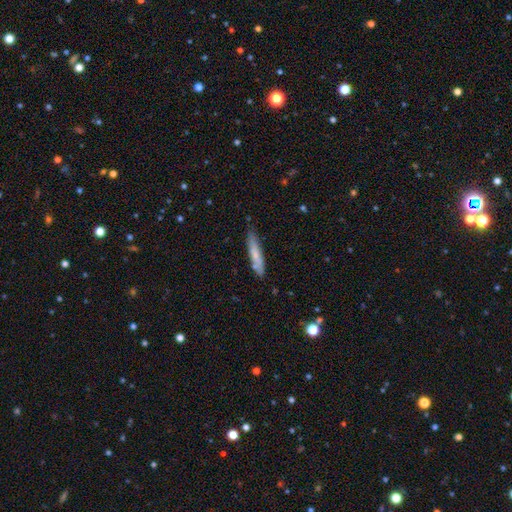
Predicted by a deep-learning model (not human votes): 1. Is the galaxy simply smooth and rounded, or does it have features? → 65% smooth, 29% featured or disk, 6% star or artifact.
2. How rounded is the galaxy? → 89% cigar-shaped, 10% in between, 1% round.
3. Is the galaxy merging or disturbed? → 76% none, 18% minor disturbance, 3% merger, 3% major disturbance.